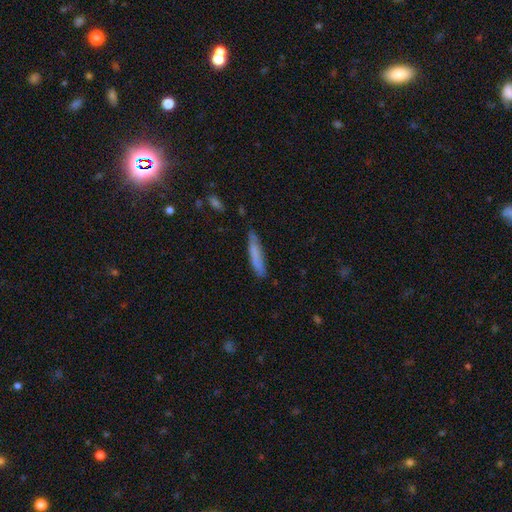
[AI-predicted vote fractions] Smooth or featured? Predicted: smooth (p=0.76). How rounded? Predicted: cigar-shaped (p=0.90). Merging? Predicted: none (p=0.73).